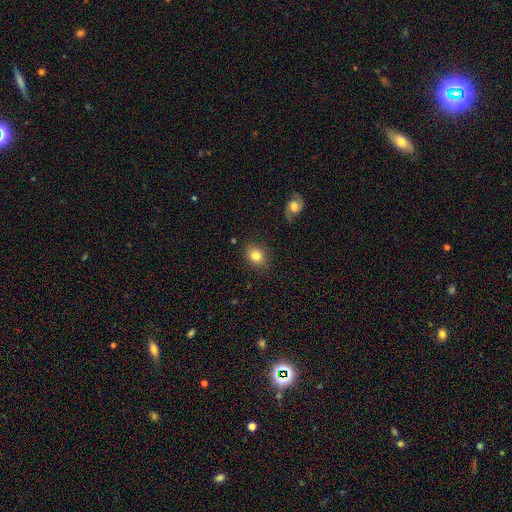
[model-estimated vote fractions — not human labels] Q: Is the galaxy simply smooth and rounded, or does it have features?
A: smooth — 81%.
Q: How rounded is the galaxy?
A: round — 60%.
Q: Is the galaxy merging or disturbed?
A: none — 86%.